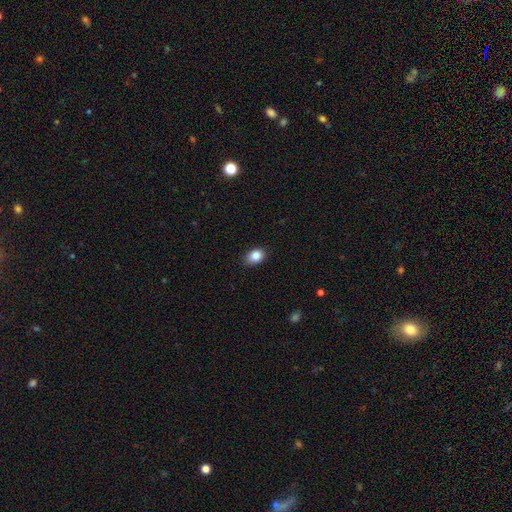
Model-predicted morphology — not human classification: smooth_or_featured: smooth (p=0.86) [alt: star or artifact p=0.09]
how_rounded: in between (p=0.75) [alt: round p=0.24]
merging: none (p=0.86) [alt: minor disturbance p=0.11]